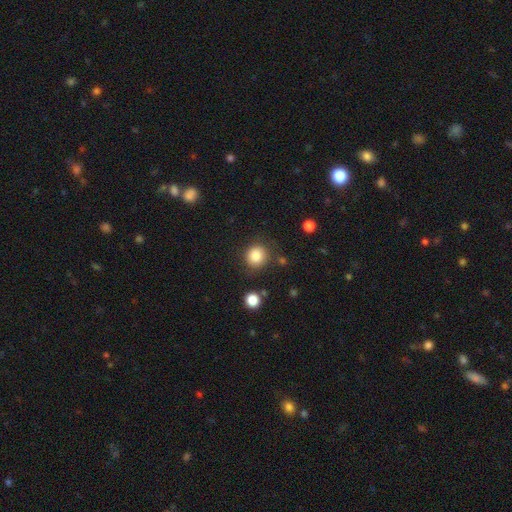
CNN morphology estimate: smooth 86%, star or artifact 10%, featured or disk 4%. Down the decision tree: how rounded — round (87%); merging — none (82%).